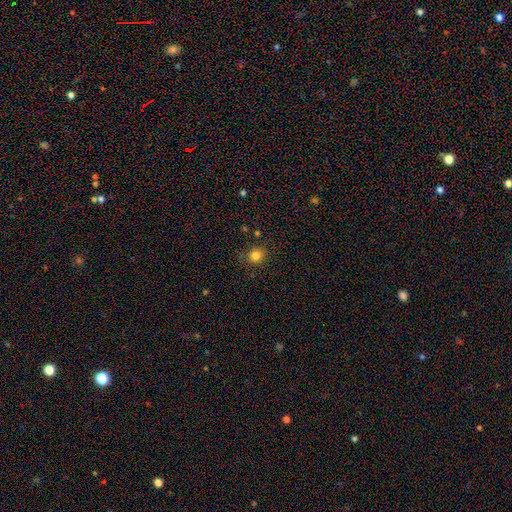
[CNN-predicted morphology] Smooth or featured? Predicted: smooth (p=0.82). How rounded? Predicted: round (p=0.72). Merging? Predicted: none (p=0.82).